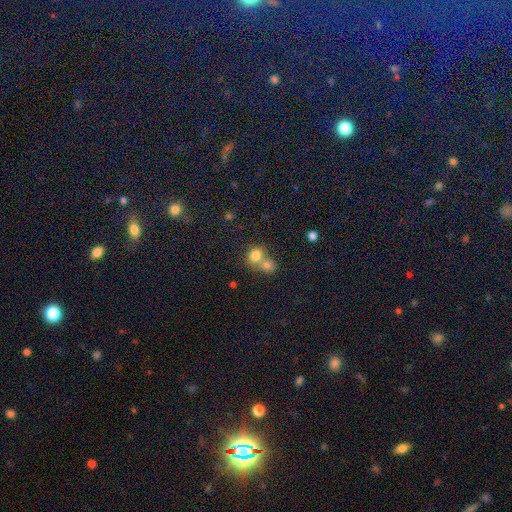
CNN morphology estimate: Q: Smooth or featured?
A: smooth (77%); runner-up: star or artifact (12%)
Q: How rounded?
A: round (73%); runner-up: in between (26%)
Q: Merging?
A: merger (63%); runner-up: none (29%)